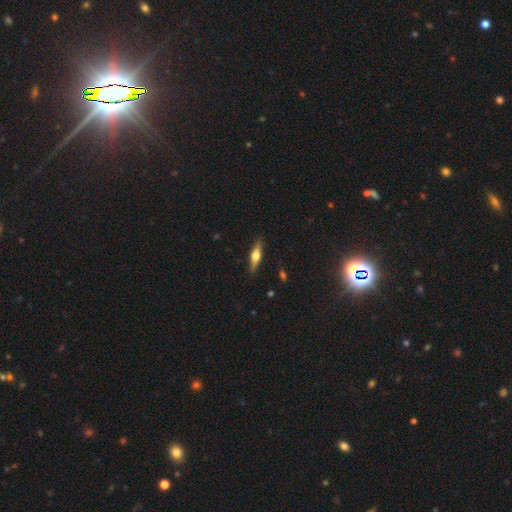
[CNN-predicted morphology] A featured or disk galaxy (60%) viewed edge-on (96%) with a rounded central bulge (93%).

Vote fractions:
- Smooth or featured? featured or disk: 60% / smooth: 34% / star or artifact: 6%
- Edge-on disk? yes: 96% / no: 4%
- Edge-on bulge? rounded: 93% / boxy: 5% / none: 2%
- Merging? none: 89% / minor disturbance: 8% / major disturbance: 2% / merger: 1%